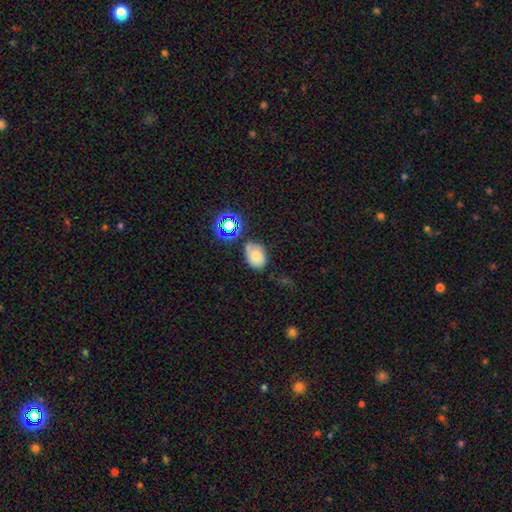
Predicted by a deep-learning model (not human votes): This appears to be a smooth galaxy with no disk features (63%) that is in between round and cigar-shaped (69%). Merging: none (57%).